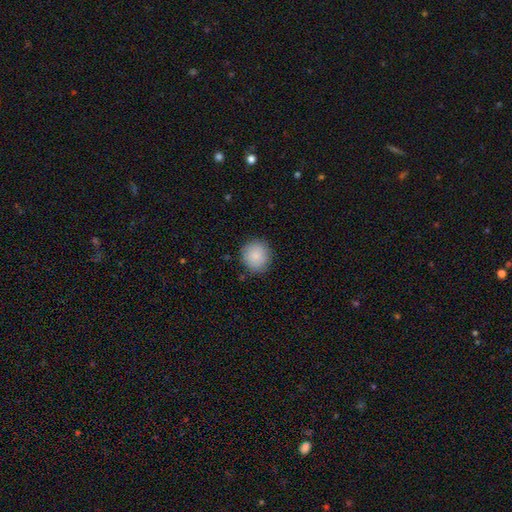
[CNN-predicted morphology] Smooth or featured? smooth (87%)
How rounded? round (90%)
Merging? none (87%)